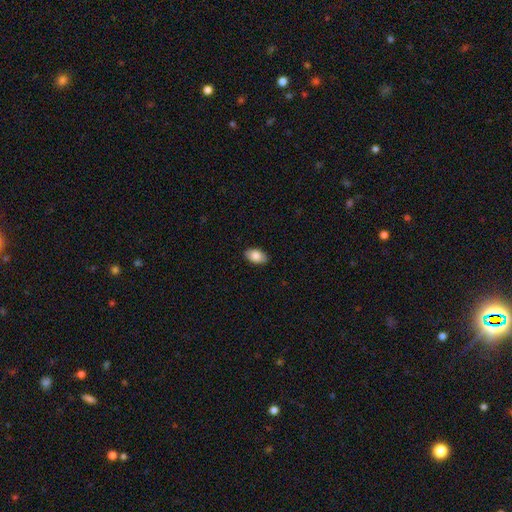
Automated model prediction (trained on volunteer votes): This appears to be a smooth galaxy with no disk features (84%) that is in between round and cigar-shaped (93%). Merging: none (88%).